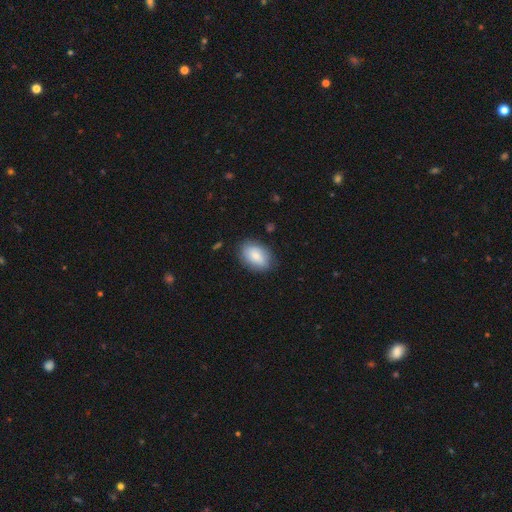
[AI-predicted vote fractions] This appears to be a smooth galaxy with no disk features (81%) that is in between round and cigar-shaped (86%). Merging: none (79%).